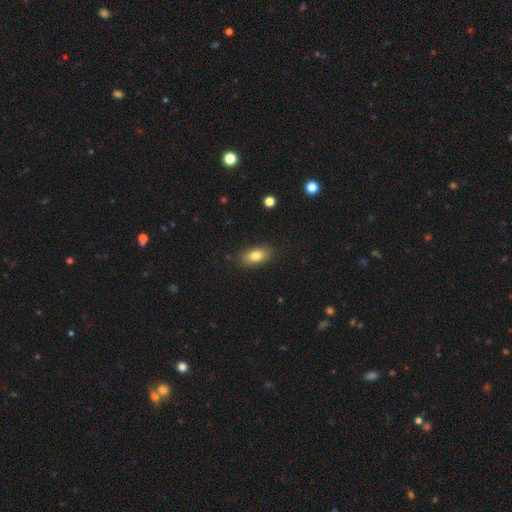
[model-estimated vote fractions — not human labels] smooth-or-featured: smooth: 81% | featured or disk: 11% | star or artifact: 8%
  how-rounded: in between: 87% | round: 7% | cigar-shaped: 6%
  merging: none: 87% | minor disturbance: 10% | major disturbance: 2% | merger: 1%